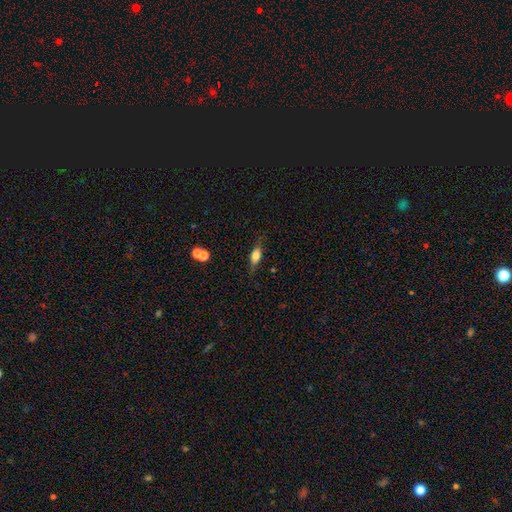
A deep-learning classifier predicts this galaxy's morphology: Smooth or featured: smooth — 59% (featured or disk — 32%)
How rounded: in between — 67% (cigar-shaped — 26%)
Merging: none — 70% (minor disturbance — 20%)